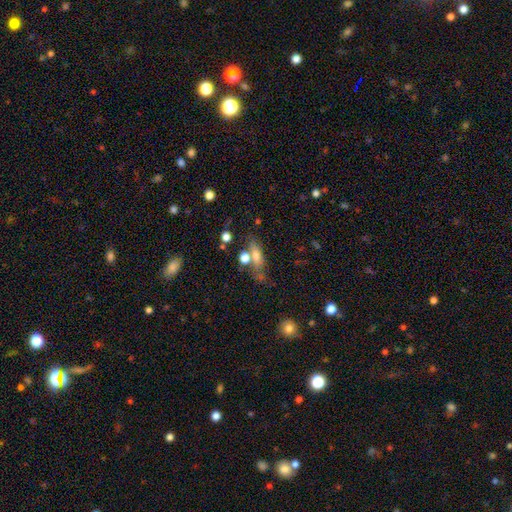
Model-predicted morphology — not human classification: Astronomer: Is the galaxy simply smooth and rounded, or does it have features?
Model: smooth — 60%.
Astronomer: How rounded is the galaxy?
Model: in between — 48% (runner-up: cigar-shaped, 43%).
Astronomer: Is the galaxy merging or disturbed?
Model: none — 58%.